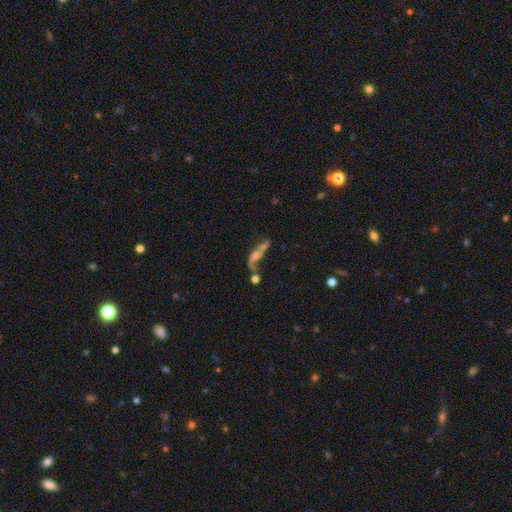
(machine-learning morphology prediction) The model was most divided on "merging": merger: 37%, none: 25%, major disturbance: 24%, minor disturbance: 14%. More confident: edge-on disk — no (81%); smooth or featured — featured or disk (55%).